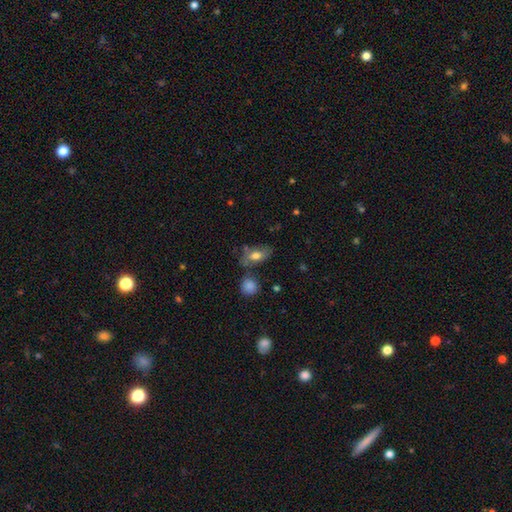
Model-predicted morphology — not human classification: smooth-or-featured: smooth: 69% | featured or disk: 22% | star or artifact: 9%
  how-rounded: in between: 86% | round: 8% | cigar-shaped: 6%
  merging: none: 56% | minor disturbance: 22% | merger: 13% | major disturbance: 9%